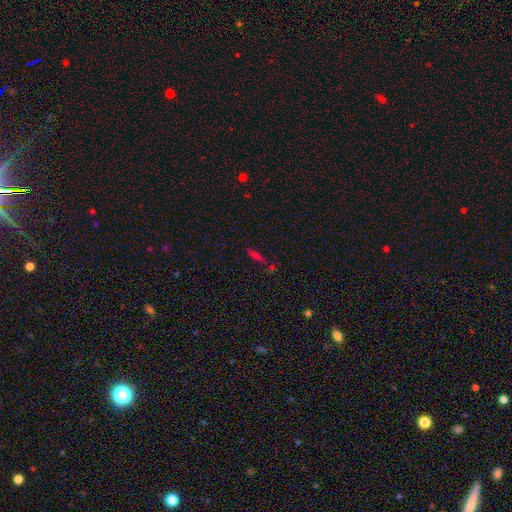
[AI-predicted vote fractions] Smooth or featured? Predicted: smooth (p=0.48). Merging? Predicted: none (p=0.66).